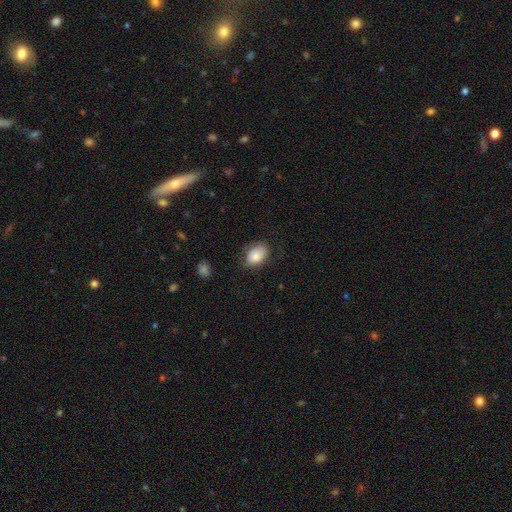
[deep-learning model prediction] Overall: smooth (78%). How rounded: in between (83%). Merging: none (66%).